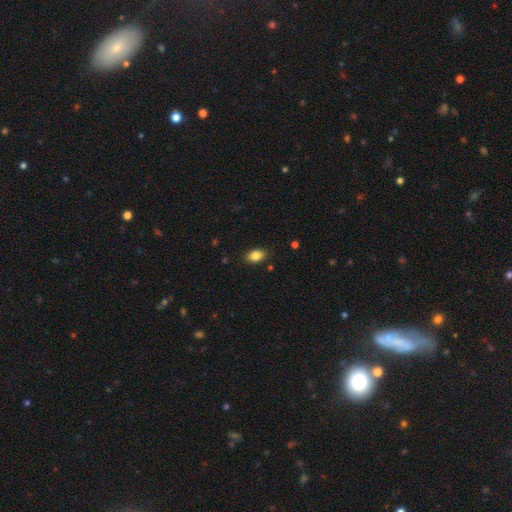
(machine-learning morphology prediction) Smooth or featured? Predicted: smooth (p=0.85). How rounded? Predicted: in between (p=0.88). Merging? Predicted: none (p=0.86).